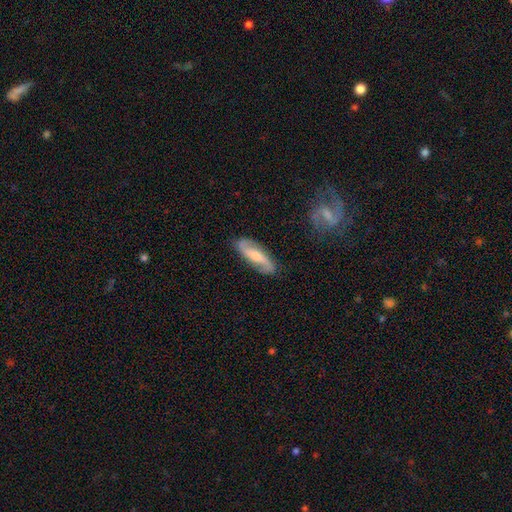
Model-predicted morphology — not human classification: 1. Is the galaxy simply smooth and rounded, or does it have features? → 69% featured or disk, 25% smooth, 6% star or artifact.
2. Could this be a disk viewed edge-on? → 86% no, 14% yes.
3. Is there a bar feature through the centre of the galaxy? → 41% weak, 38% no, 21% strong.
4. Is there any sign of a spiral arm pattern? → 93% yes, 7% no.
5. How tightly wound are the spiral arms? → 49% loose, 36% medium, 15% tight.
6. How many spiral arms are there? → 91% 2, 5% can't tell, 2% 1, 1% 3, 1% 4, 1% more than 4.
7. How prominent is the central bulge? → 51% moderate, 33% small, 8% large, 7% none, 2% dominant.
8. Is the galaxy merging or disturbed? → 83% none, 13% minor disturbance, 3% major disturbance, 2% merger.